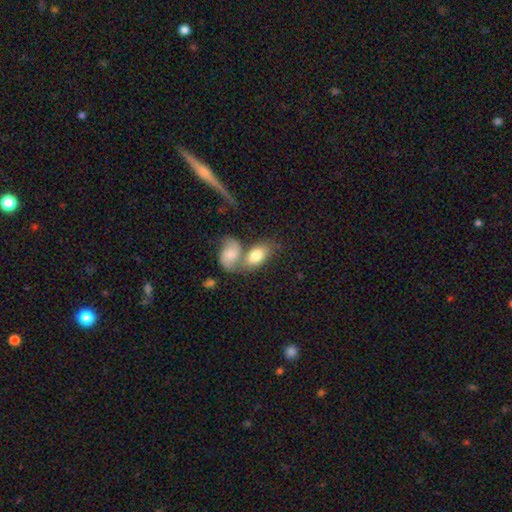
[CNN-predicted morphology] A smooth galaxy with no disk features (73%) that is in between round and cigar-shaped (90%).

Vote fractions:
- Smooth or featured? smooth: 73% / featured or disk: 21% / star or artifact: 6%
- How rounded? in between: 90% / round: 7% / cigar-shaped: 3%
- Merging? merger: 61% / none: 25% / minor disturbance: 9% / major disturbance: 5%